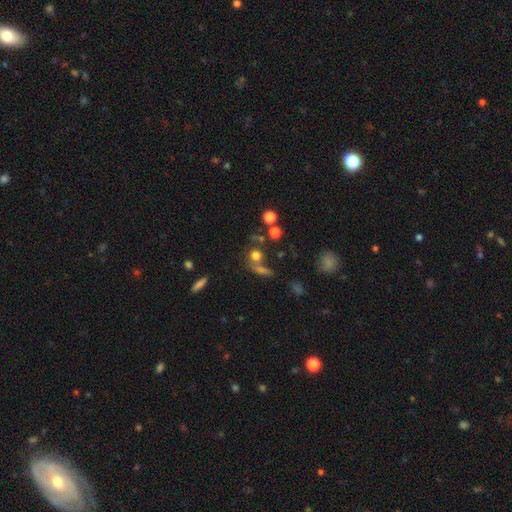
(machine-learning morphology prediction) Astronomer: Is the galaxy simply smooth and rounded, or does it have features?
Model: smooth — 69%.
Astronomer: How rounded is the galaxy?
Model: round — 84%.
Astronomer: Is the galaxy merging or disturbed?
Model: none — 53% (runner-up: merger, 29%).